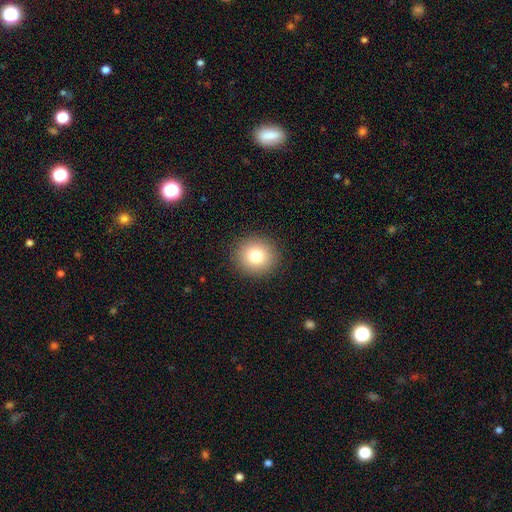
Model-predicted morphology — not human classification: smooth_or_featured: smooth (p=0.79) [alt: star or artifact p=0.11]
how_rounded: round (p=0.90) [alt: in between p=0.09]
merging: none (p=0.91) [alt: minor disturbance p=0.06]